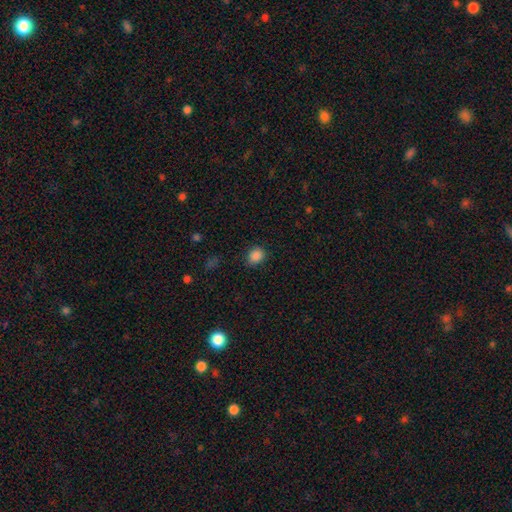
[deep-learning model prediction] Q: Smooth or featured?
A: smooth (86%); runner-up: star or artifact (11%)
Q: How rounded?
A: round (65%); runner-up: in between (34%)
Q: Merging?
A: none (82%); runner-up: minor disturbance (13%)